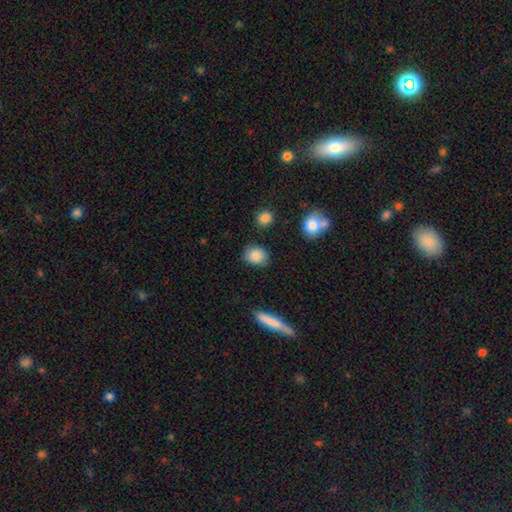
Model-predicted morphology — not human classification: Q: Smooth or featured?
A: smooth (87%); runner-up: star or artifact (8%)
Q: How rounded?
A: round (62%); runner-up: in between (36%)
Q: Merging?
A: none (83%); runner-up: minor disturbance (12%)